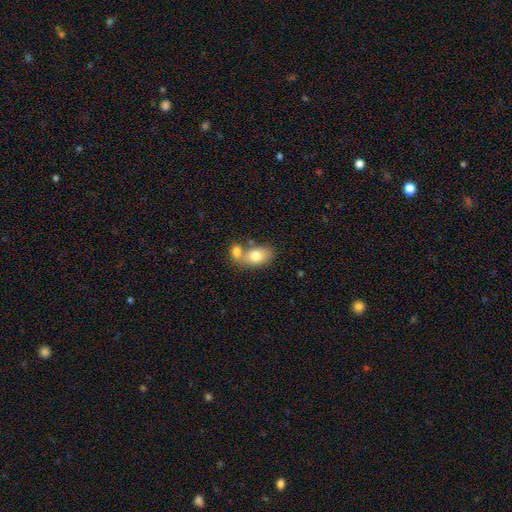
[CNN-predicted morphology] smooth 76%, featured or disk 16%, star or artifact 8%. Down the decision tree: how rounded — in between (82%); merging — merger (50%).